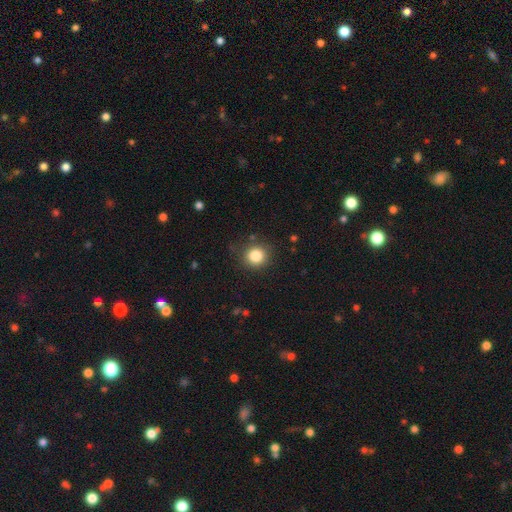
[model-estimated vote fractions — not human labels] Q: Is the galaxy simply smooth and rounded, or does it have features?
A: smooth — 84%.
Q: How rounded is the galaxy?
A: round — 90%.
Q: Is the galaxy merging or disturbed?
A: none — 85%.